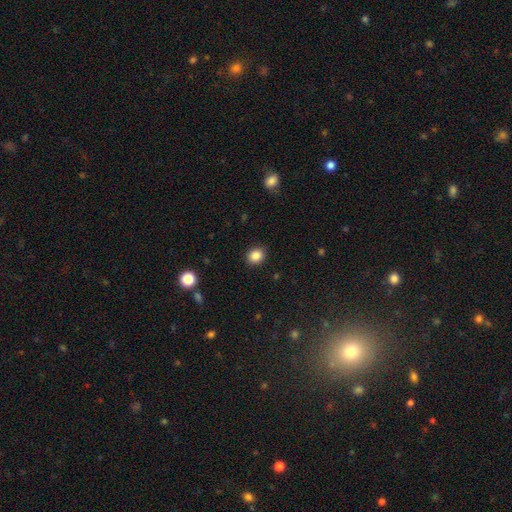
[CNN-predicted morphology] This is clearly a smooth galaxy (86%). How rounded: likely round (65%). Merging: clearly none (90%).